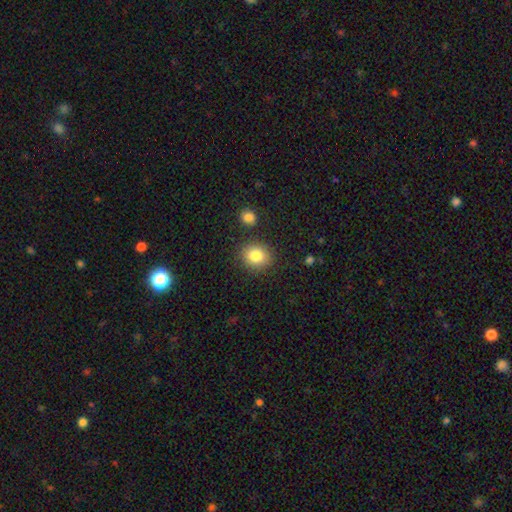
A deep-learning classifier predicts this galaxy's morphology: This appears to be a smooth galaxy with no disk features (83%) that is round (71%). Merging: none (85%).